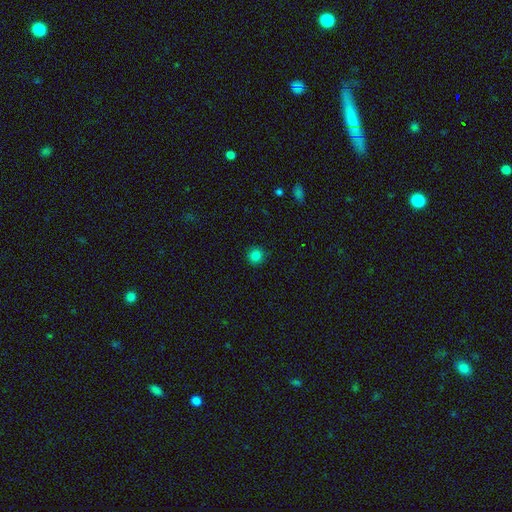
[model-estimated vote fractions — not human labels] Smooth or featured?
  - smooth: 83% *
  - star or artifact: 13%
  - featured or disk: 4%
How rounded?
  - round: 95% *
  - in between: 5%
  - cigar-shaped: 1%
Merging?
  - none: 91% *
  - minor disturbance: 6%
  - major disturbance: 2%
  - merger: 1%